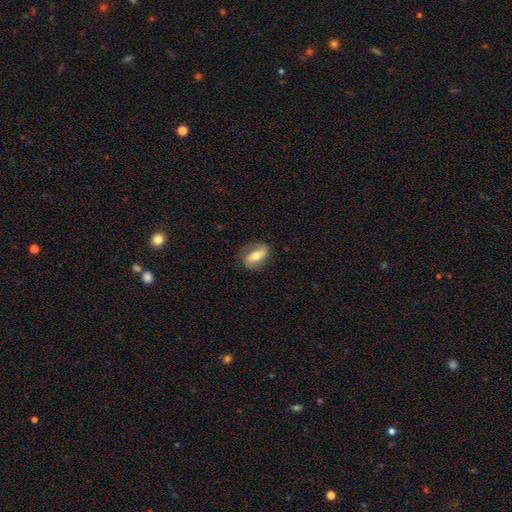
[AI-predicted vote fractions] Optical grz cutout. It shows a featured or disk galaxy (53%). Merging: none (80%).